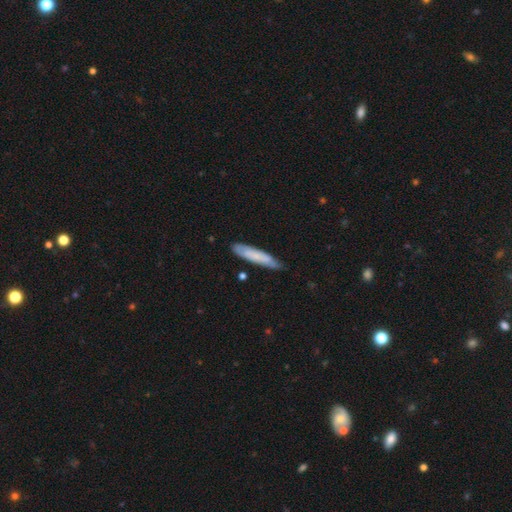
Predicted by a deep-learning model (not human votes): A smooth galaxy with no disk features (66%) that is cigar-shaped (85%).

Vote fractions:
- Smooth or featured? smooth: 66% / featured or disk: 28% / star or artifact: 6%
- How rounded? cigar-shaped: 85% / in between: 14% / round: 1%
- Merging? none: 76% / minor disturbance: 19% / major disturbance: 3% / merger: 2%